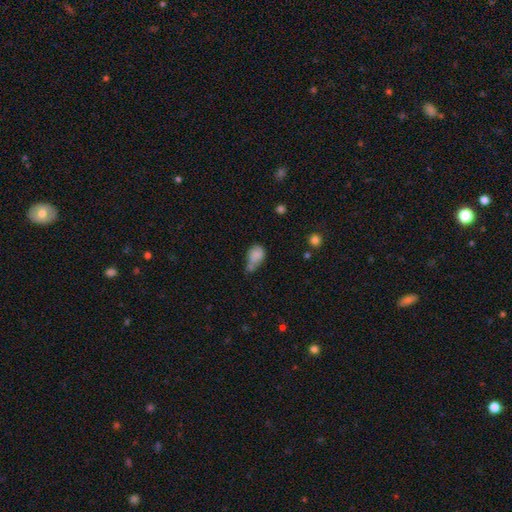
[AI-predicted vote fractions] The model was most divided on "merging": merger: 37%, none: 29%, minor disturbance: 23%, major disturbance: 11%. More confident: smooth or featured — smooth (79%); how rounded — in between (64%).